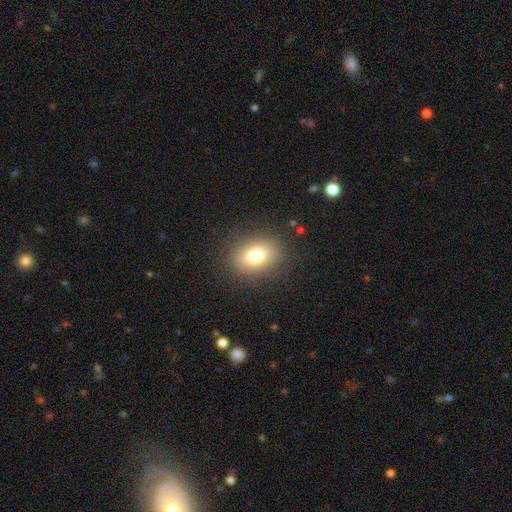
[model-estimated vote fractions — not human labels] Smooth or featured? Predicted: smooth (p=0.76). How rounded? Predicted: in between (p=0.57). Merging? Predicted: none (p=0.86).